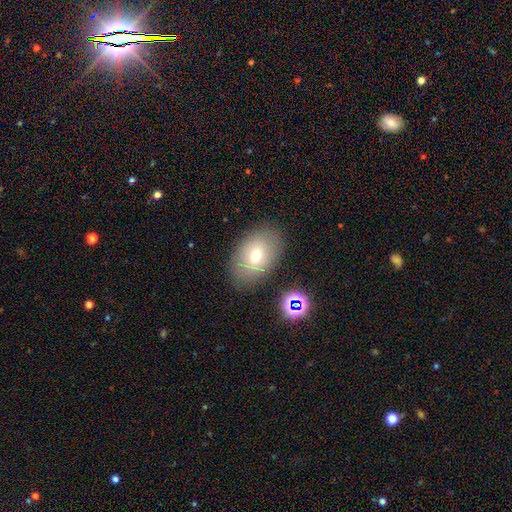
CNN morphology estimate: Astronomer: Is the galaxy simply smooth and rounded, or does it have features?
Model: smooth — 67%.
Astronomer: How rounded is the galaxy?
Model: in between — 84%.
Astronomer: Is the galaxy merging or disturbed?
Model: none — 80%.